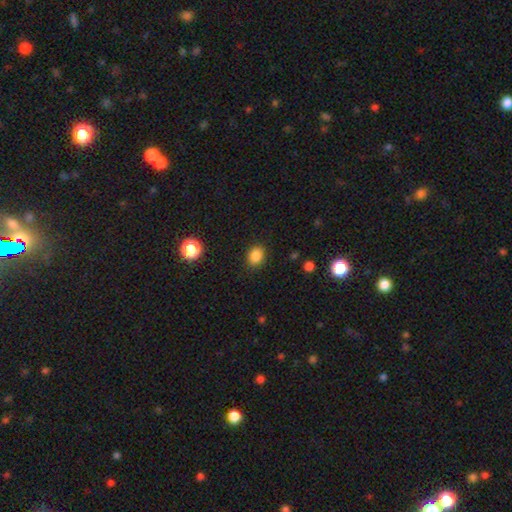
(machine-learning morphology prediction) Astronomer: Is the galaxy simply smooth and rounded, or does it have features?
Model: smooth — 85%.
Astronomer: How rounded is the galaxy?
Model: round — 50% (runner-up: in between, 49%).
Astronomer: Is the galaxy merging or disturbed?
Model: none — 87%.